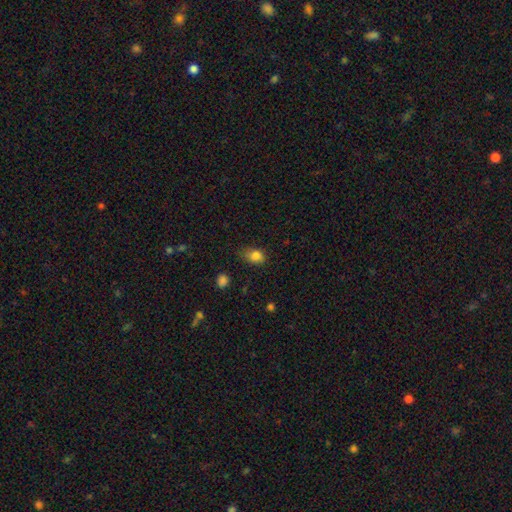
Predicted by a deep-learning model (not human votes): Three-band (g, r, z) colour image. It shows a smooth galaxy with no disk features (84%) that is in between round and cigar-shaped (72%). Merging: none (59%).